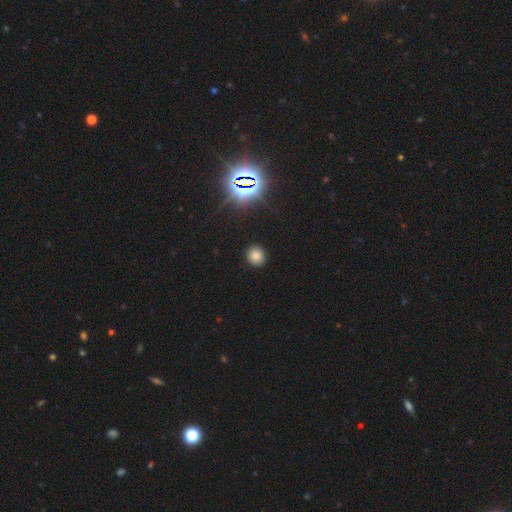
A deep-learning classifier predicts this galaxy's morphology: Smooth or featured? Predicted: smooth (p=0.77). How rounded? Predicted: round (p=0.87). Merging? Predicted: none (p=0.91).